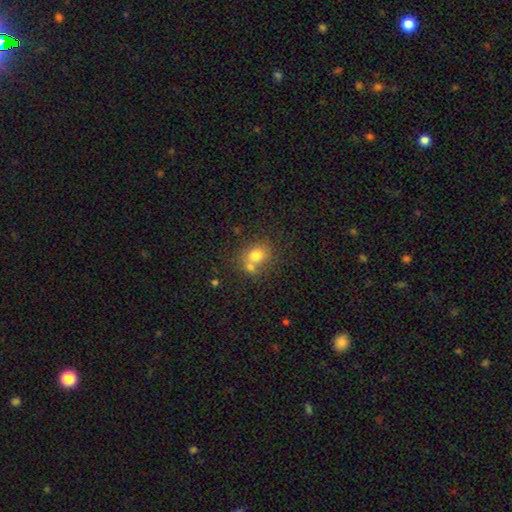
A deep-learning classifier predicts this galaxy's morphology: The model was most divided on "merging": none: 45%, merger: 39%, minor disturbance: 11%, major disturbance: 5%. More confident: smooth or featured — smooth (74%); how rounded — round (65%).